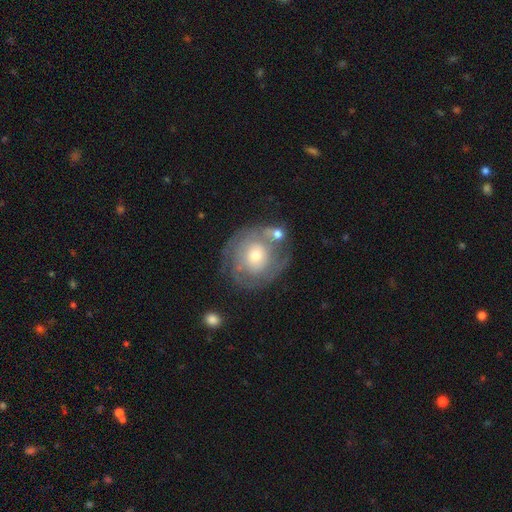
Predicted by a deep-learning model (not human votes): smooth_or_featured: featured or disk (p=0.65) [alt: smooth p=0.28]
disk_edge_on: no (p=0.97) [alt: yes p=0.03]
bar: no (p=0.82) [alt: weak p=0.15]
has_spiral_arms: yes (p=0.72) [alt: no p=0.28]
bulge_size: moderate (p=0.52) [alt: small p=0.37]
merging: none (p=0.61) [alt: minor disturbance p=0.18]